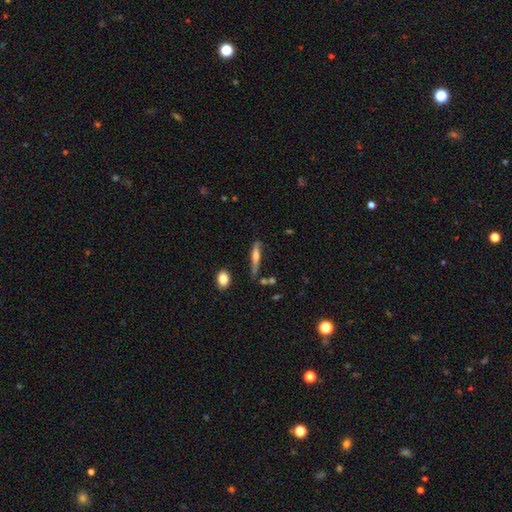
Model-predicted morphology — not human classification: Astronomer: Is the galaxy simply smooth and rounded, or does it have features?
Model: smooth — 55% (runner-up: featured or disk, 37%).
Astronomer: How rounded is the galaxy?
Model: cigar-shaped — 83%.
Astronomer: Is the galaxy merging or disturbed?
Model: none — 63%.